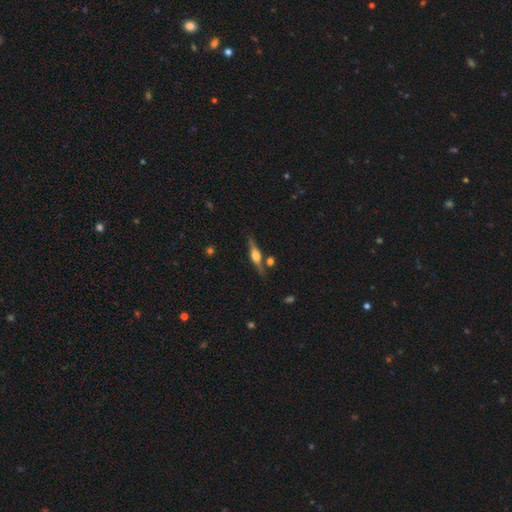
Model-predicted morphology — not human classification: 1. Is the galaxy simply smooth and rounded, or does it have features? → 77% featured or disk, 16% smooth, 6% star or artifact.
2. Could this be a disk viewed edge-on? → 97% yes, 3% no.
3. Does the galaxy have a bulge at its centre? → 89% rounded, 9% boxy, 2% none.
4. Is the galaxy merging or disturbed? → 81% none, 10% minor disturbance, 6% merger, 3% major disturbance.